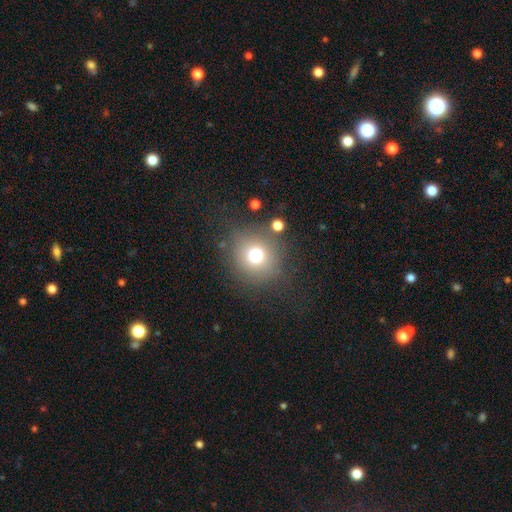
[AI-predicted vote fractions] A smooth galaxy with no disk features (73%) that is round (90%).

Vote fractions:
- Smooth or featured? smooth: 73% / star or artifact: 16% / featured or disk: 12%
- How rounded? round: 90% / in between: 9% / cigar-shaped: 1%
- Merging? none: 79% / minor disturbance: 11% / major disturbance: 6% / merger: 4%